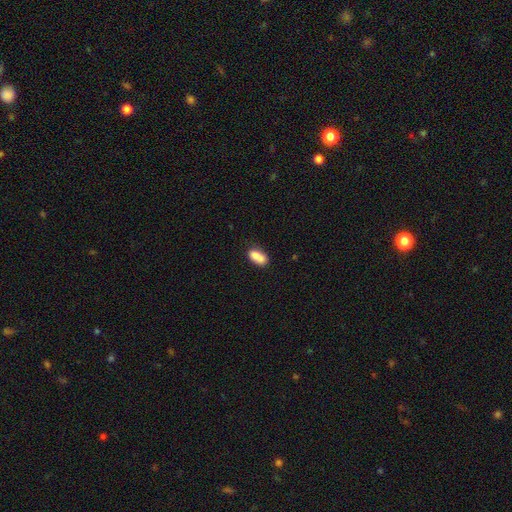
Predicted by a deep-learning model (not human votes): Smooth or featured? Predicted: smooth (p=0.79). How rounded? Predicted: in between (p=0.88). Merging? Predicted: none (p=0.49).